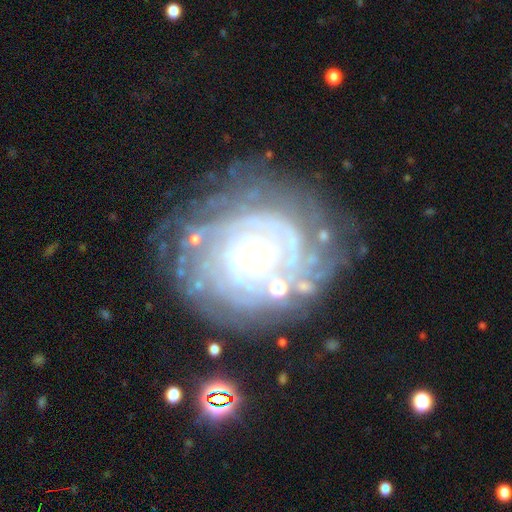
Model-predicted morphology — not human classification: Overall: featured or disk (85%). Edge-on disk: no (97%). Bar: no (83%). Spiral arms: yes (94%). Spiral arm count: can't tell (35%; more than 4 20%). Spiral winding: tight (87%). Bulge size: small (83%). Merging: none (72%).